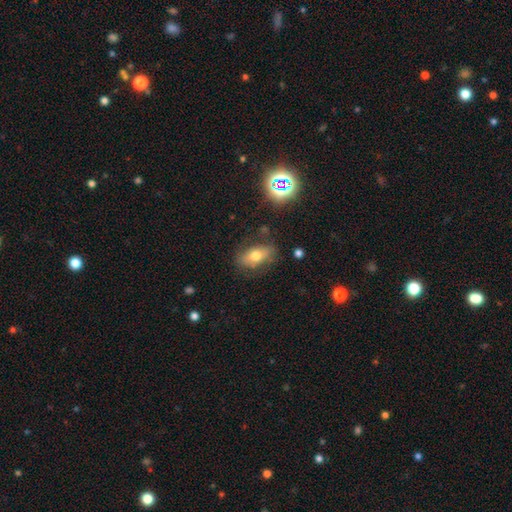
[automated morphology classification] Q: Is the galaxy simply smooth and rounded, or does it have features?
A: smooth — 66%.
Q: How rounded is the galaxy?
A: in between — 85%.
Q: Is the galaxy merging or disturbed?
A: none — 76%.